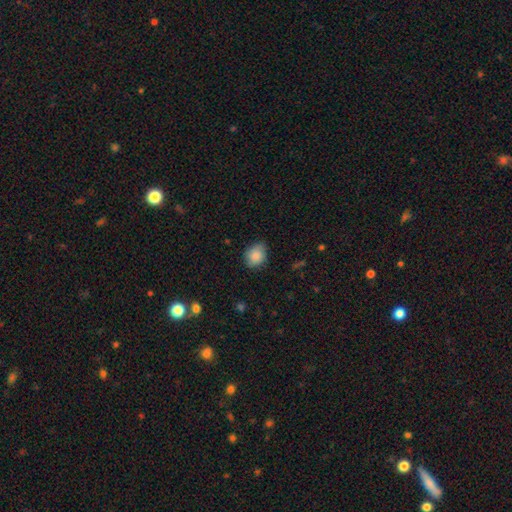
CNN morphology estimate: A smooth galaxy with no disk features (87%) that is round (53%). Merging: none (74%).